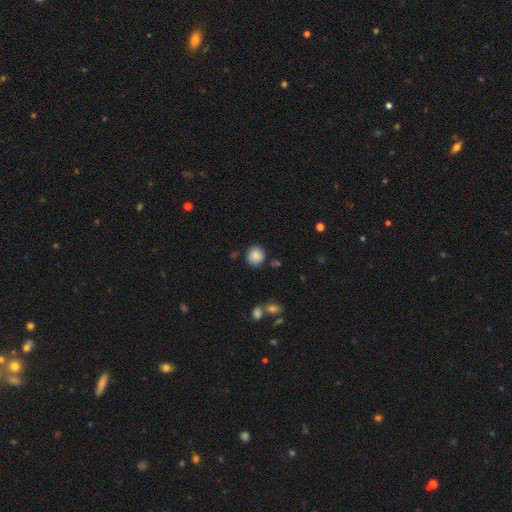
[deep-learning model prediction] smooth_or_featured: smooth (p=0.85) [alt: star or artifact p=0.09]
how_rounded: round (p=0.88) [alt: in between p=0.11]
merging: none (p=0.81) [alt: minor disturbance p=0.12]